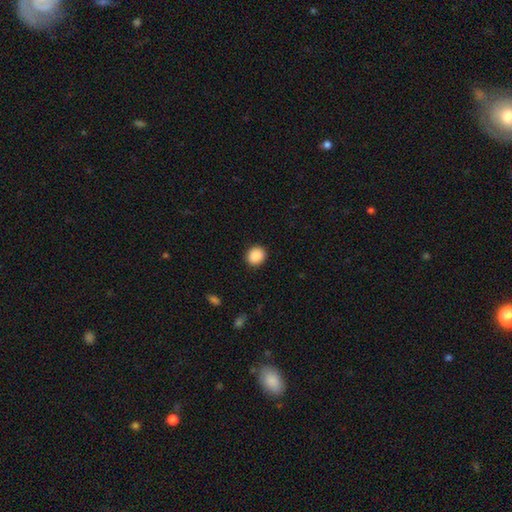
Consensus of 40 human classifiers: smooth 95%, featured or disk 2%, star or artifact 2%. Down the decision tree: how rounded — round (79%); merging — none (92%).